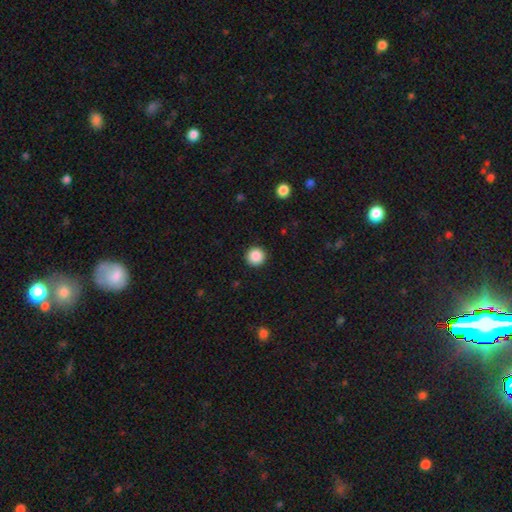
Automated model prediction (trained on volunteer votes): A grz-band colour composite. It shows a smooth galaxy with no disk features (88%) that is round (96%). Merging: none (92%).